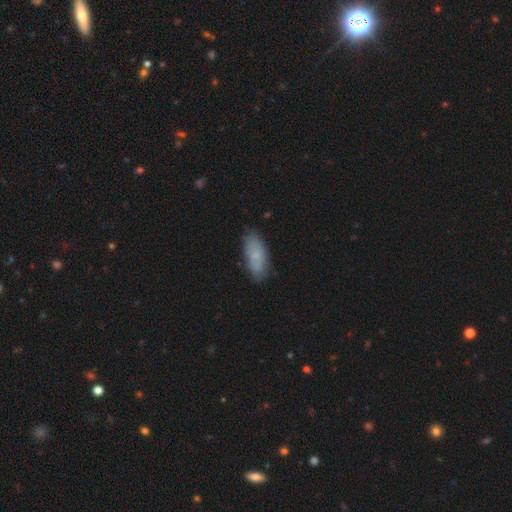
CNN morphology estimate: Smooth or featured?
  - smooth: 72% *
  - featured or disk: 21%
  - star or artifact: 7%
How rounded?
  - in between: 82% *
  - cigar-shaped: 16%
  - round: 2%
Merging?
  - none: 77% *
  - minor disturbance: 17%
  - major disturbance: 4%
  - merger: 2%